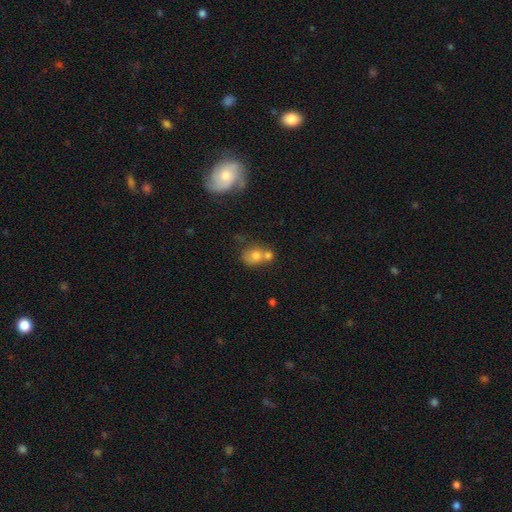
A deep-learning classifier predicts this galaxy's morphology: smooth 72%, featured or disk 17%, star or artifact 11%. Down the decision tree: how rounded — round (55%); merging — merger (53%).